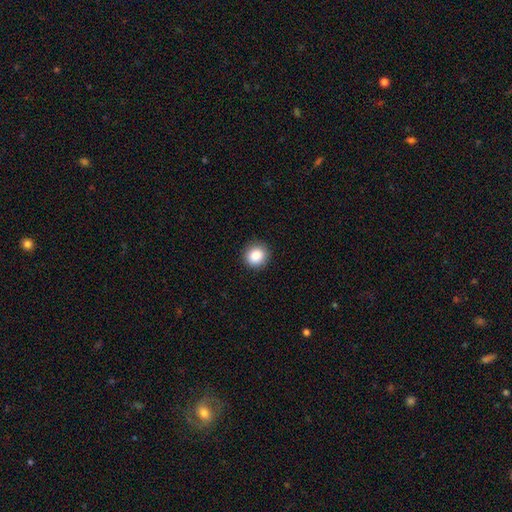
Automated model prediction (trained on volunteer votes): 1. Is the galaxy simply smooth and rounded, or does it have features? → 87% smooth, 9% star or artifact, 4% featured or disk.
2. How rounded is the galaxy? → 90% round, 9% in between, 1% cigar-shaped.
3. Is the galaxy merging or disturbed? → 90% none, 7% minor disturbance, 2% major disturbance, 1% merger.